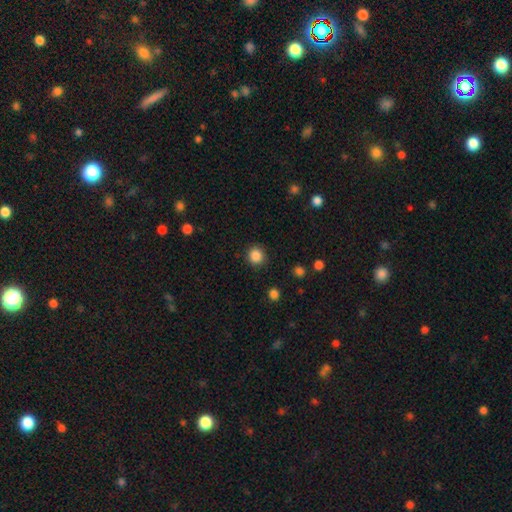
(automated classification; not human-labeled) A smooth galaxy with no disk features (86%) that is round (92%).

Vote fractions:
- Smooth or featured? smooth: 86% / star or artifact: 11% / featured or disk: 3%
- How rounded? round: 92% / in between: 7% / cigar-shaped: 1%
- Merging? none: 89% / minor disturbance: 7% / major disturbance: 2% / merger: 1%